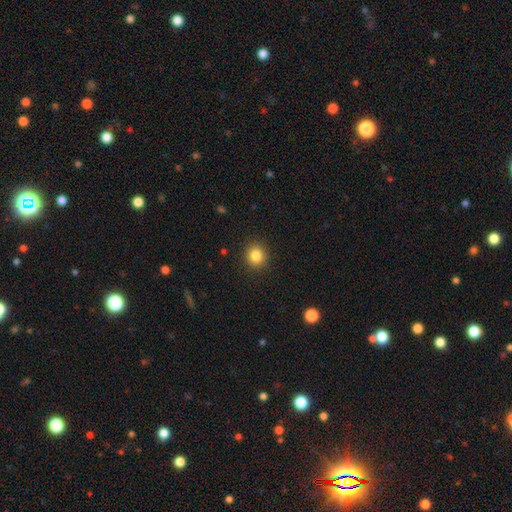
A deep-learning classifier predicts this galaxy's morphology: This appears to be a smooth galaxy with no disk features (84%) that is round (88%). Merging: none (91%).